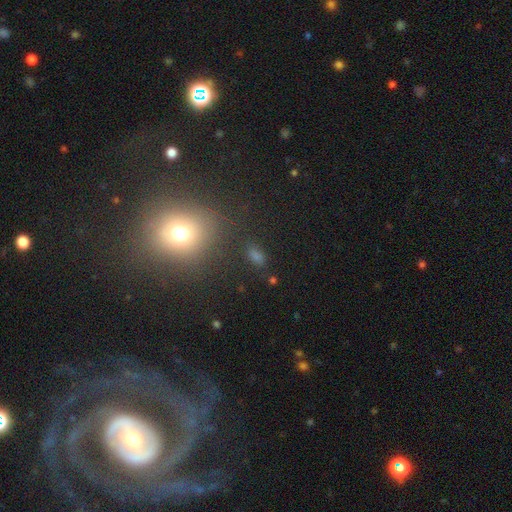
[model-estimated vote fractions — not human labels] smooth-or-featured: smooth: 59% | star or artifact: 30% | featured or disk: 11%
  how-rounded: in between: 55% | round: 41% | cigar-shaped: 5%
  merging: none: 79% | minor disturbance: 11% | major disturbance: 5% | merger: 5%